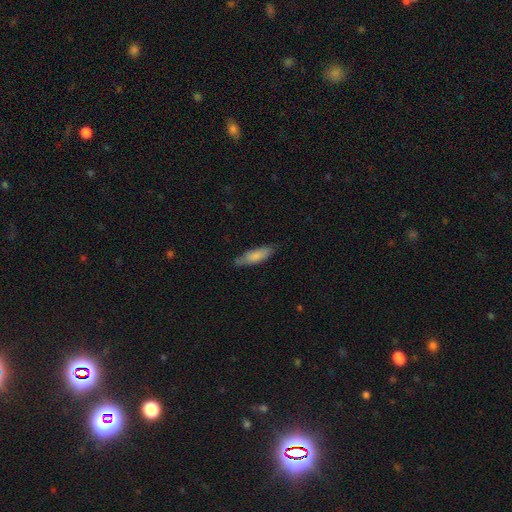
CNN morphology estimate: Smooth or featured? smooth (79%)
How rounded? cigar-shaped (58%)
Merging? none (75%)